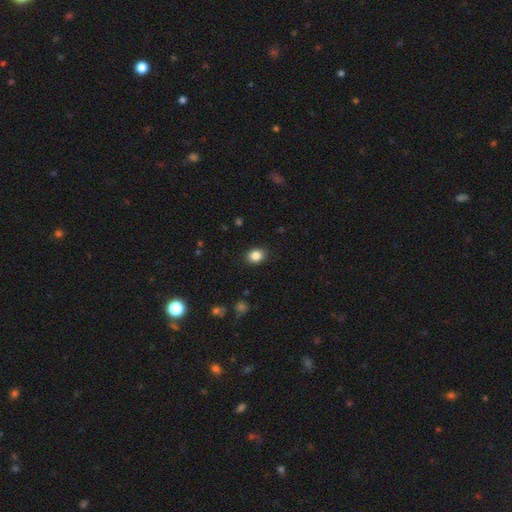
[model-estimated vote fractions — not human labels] Smooth or featured?
  - smooth: 86% *
  - star or artifact: 9%
  - featured or disk: 4%
How rounded?
  - in between: 58% *
  - round: 41%
  - cigar-shaped: 1%
Merging?
  - none: 89% *
  - minor disturbance: 8%
  - major disturbance: 2%
  - merger: 1%